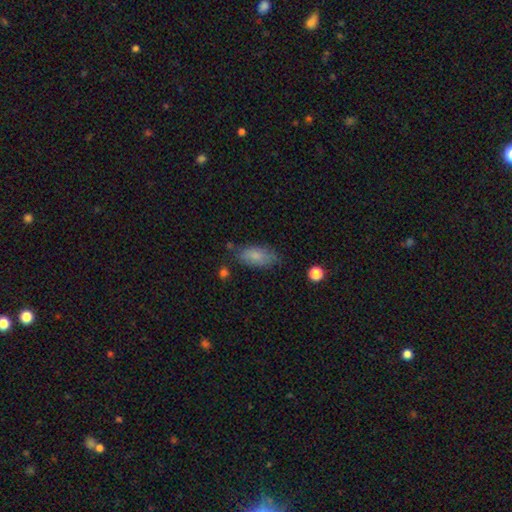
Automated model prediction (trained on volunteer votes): A smooth galaxy with no disk features (81%) that is in between round and cigar-shaped (89%). Merging: none (70%).